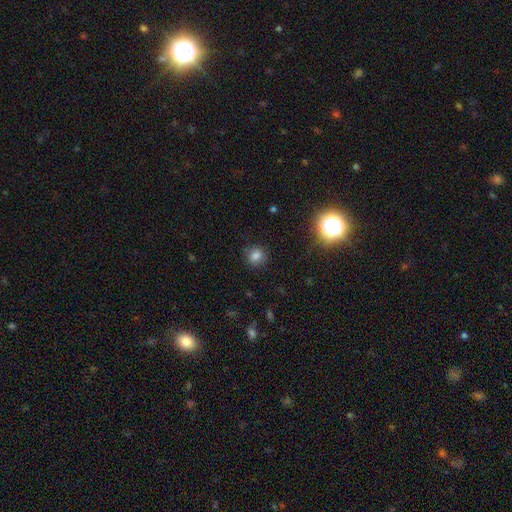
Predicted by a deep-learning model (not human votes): smooth_or_featured: smooth (p=0.78) [alt: star or artifact p=0.16]
how_rounded: round (p=0.83) [alt: in between p=0.16]
merging: none (p=0.86) [alt: minor disturbance p=0.09]